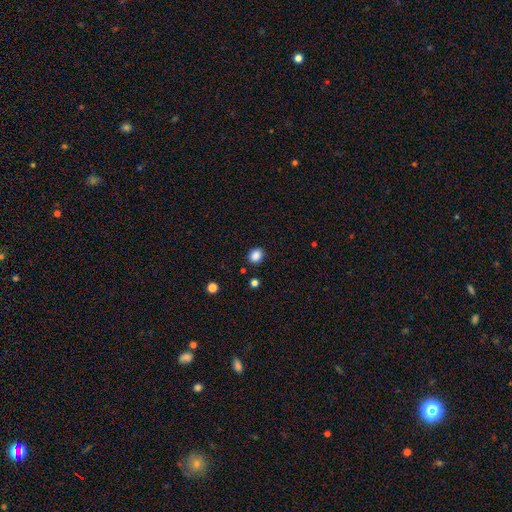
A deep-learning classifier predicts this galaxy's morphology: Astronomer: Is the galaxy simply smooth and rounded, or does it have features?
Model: smooth — 87%.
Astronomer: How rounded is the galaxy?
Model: round — 60% (runner-up: in between, 39%).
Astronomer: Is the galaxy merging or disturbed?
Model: none — 87%.